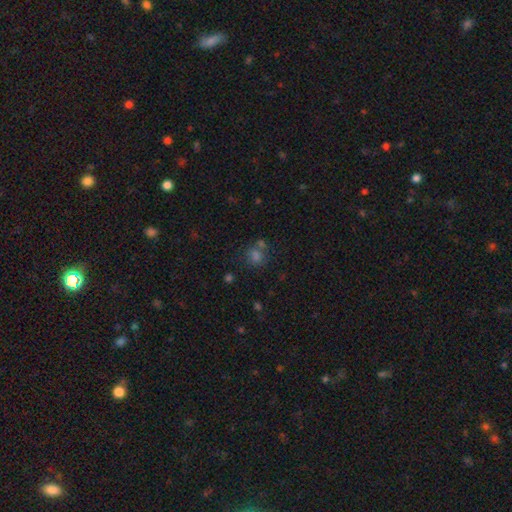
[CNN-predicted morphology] This is likely a smooth galaxy (64%). How rounded: likely round (77%). Merging: likely none (63%).